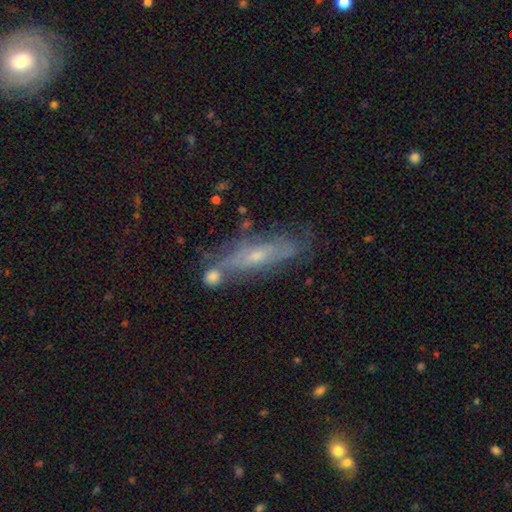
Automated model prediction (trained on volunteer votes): Smooth or featured? Predicted: featured or disk (p=0.59). Edge-on disk? Predicted: yes (p=0.51). Merging? Predicted: none (p=0.66).